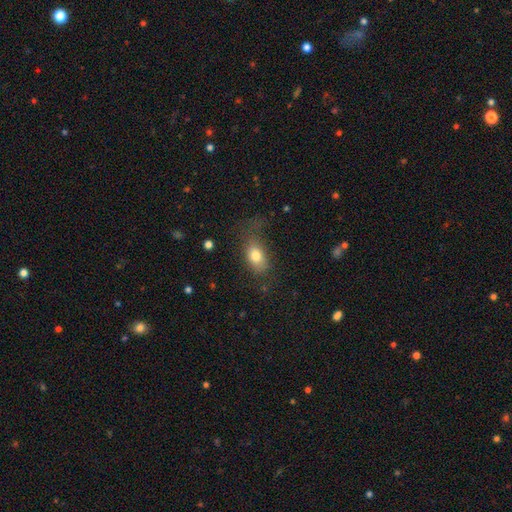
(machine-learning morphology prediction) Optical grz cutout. It shows a smooth galaxy with no disk features (77%) that is in between round and cigar-shaped (84%). Merging: none (49%).